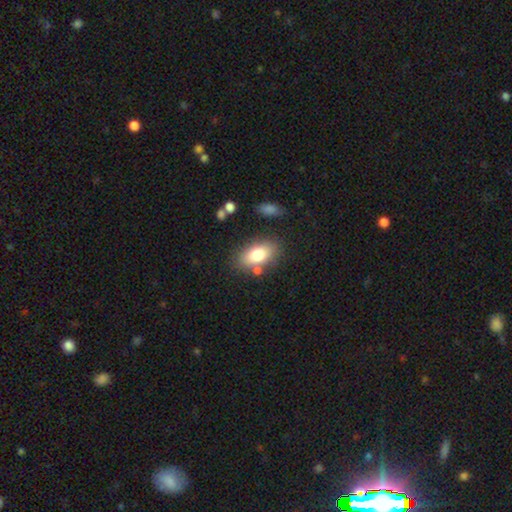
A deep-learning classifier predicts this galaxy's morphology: smooth_or_featured: smooth (p=0.77) [alt: featured or disk p=0.15]
how_rounded: in between (p=0.88) [alt: round p=0.08]
merging: none (p=0.75) [alt: minor disturbance p=0.13]